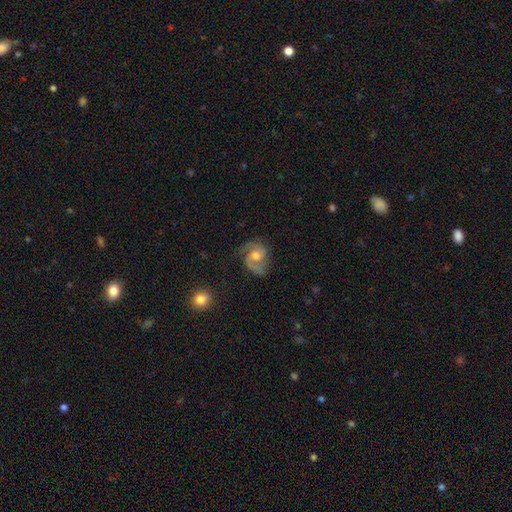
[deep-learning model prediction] featured or disk 82%, smooth 12%, star or artifact 6%. Down the decision tree: edge-on disk — no (98%); bar — no (59%); spiral arms — yes (96%); spiral arm count — 2 (87%); spiral winding — medium (55%); bulge size — moderate (65%); merging — none (65%).